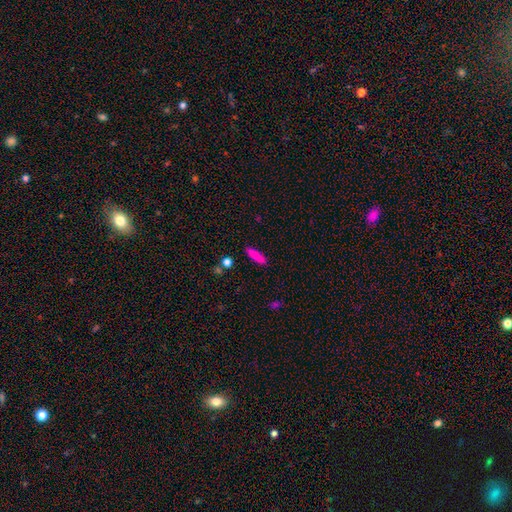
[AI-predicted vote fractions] smooth_or_featured: smooth (p=0.84) [alt: featured or disk p=0.08]
how_rounded: cigar-shaped (p=0.73) [alt: in between p=0.25]
merging: none (p=0.89) [alt: minor disturbance p=0.07]